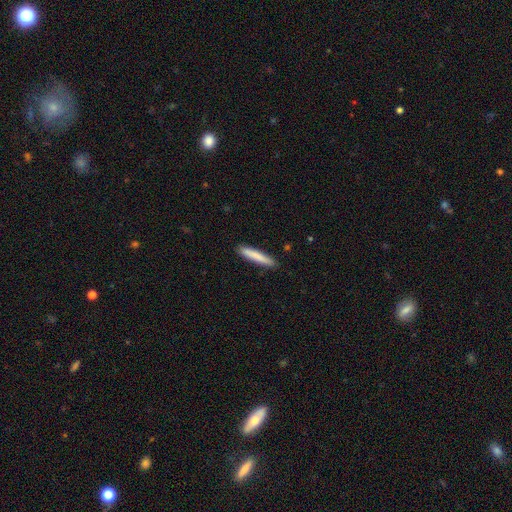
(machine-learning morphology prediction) smooth-or-featured: smooth: 82% | featured or disk: 12% | star or artifact: 6%
  how-rounded: cigar-shaped: 94% | in between: 5% | round: 1%
  merging: none: 89% | minor disturbance: 8% | major disturbance: 1% | merger: 1%